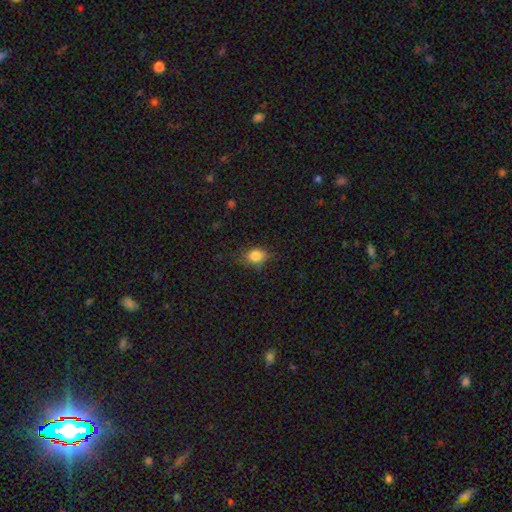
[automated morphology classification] Smooth or featured: smooth — 84% (star or artifact — 10%)
How rounded: in between — 68% (round — 30%)
Merging: none — 70% (minor disturbance — 22%)